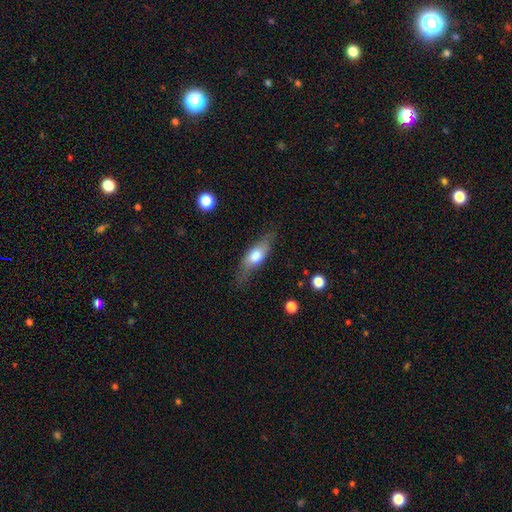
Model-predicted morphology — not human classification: Smooth or featured: smooth — 62% (featured or disk — 31%)
How rounded: in between — 64% (cigar-shaped — 32%)
Merging: none — 74% (minor disturbance — 19%)